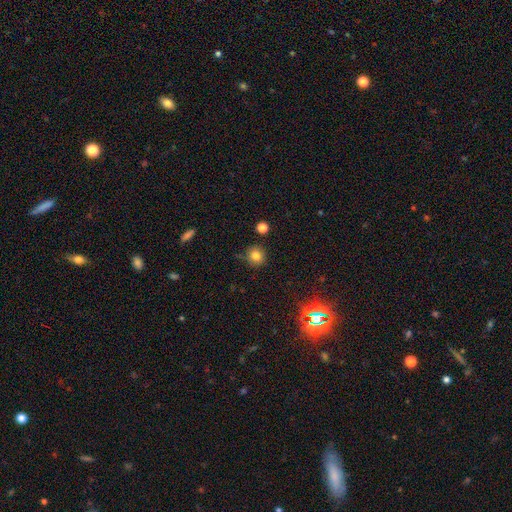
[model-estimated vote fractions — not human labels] smooth 80%, star or artifact 13%, featured or disk 7%. Down the decision tree: how rounded — round (90%); merging — none (81%).